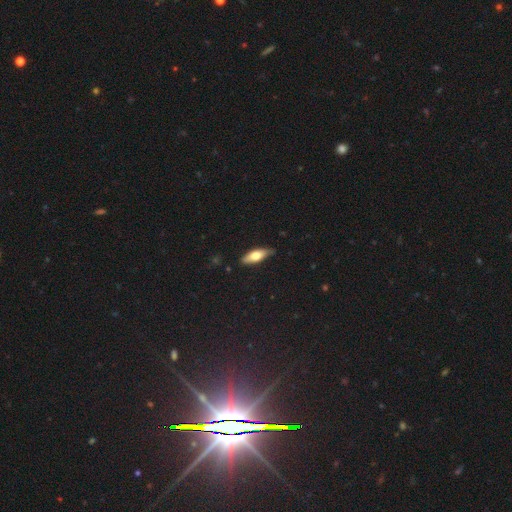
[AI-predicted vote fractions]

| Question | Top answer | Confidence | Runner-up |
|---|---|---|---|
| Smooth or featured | smooth | 65% | featured or disk (29%) |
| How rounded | in between | 62% | cigar-shaped (35%) |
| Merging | none | 81% | minor disturbance (16%) |